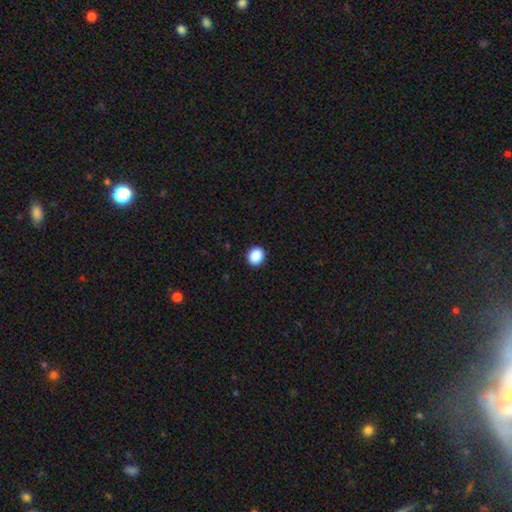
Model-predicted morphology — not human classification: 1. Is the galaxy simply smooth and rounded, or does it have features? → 89% smooth, 9% star or artifact, 2% featured or disk.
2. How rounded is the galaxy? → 71% round, 28% in between, 1% cigar-shaped.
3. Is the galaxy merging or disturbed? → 92% none, 6% minor disturbance, 2% major disturbance, 1% merger.